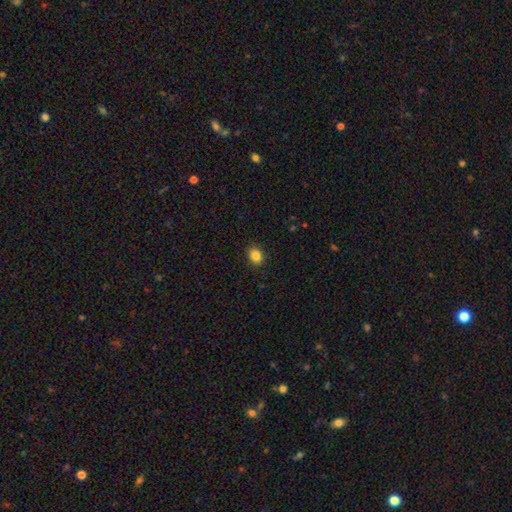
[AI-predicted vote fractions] Smooth or featured? smooth (85%)
How rounded? round (50%, tied with in between)
Merging? none (89%)